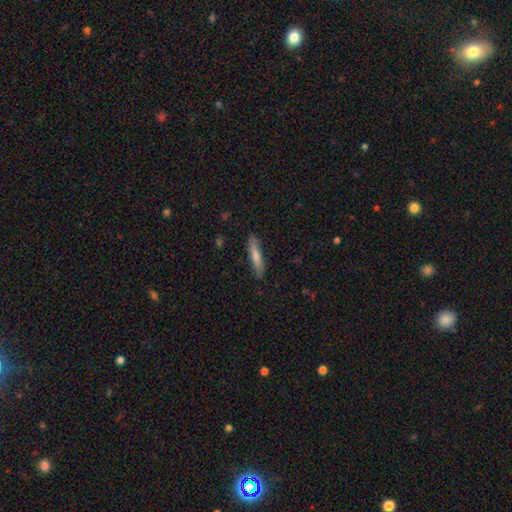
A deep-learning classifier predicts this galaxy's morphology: Smooth or featured? smooth (65%)
How rounded? cigar-shaped (89%)
Merging? none (85%)